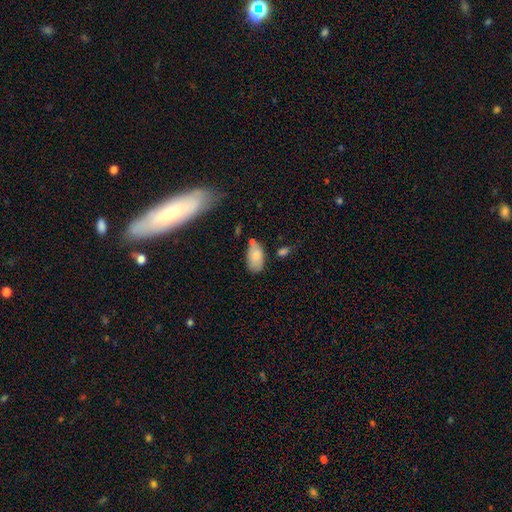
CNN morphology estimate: Q: Smooth or featured?
A: smooth (77%); runner-up: featured or disk (16%)
Q: How rounded?
A: in between (94%); runner-up: round (4%)
Q: Merging?
A: none (61%); runner-up: minor disturbance (25%)